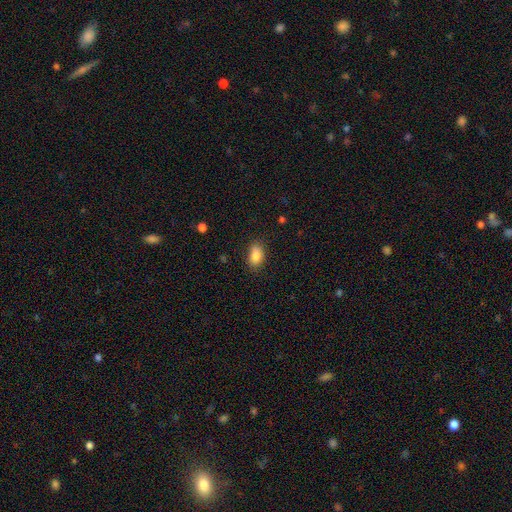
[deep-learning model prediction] Smooth or featured? smooth (85%)
How rounded? in between (86%)
Merging? none (79%)